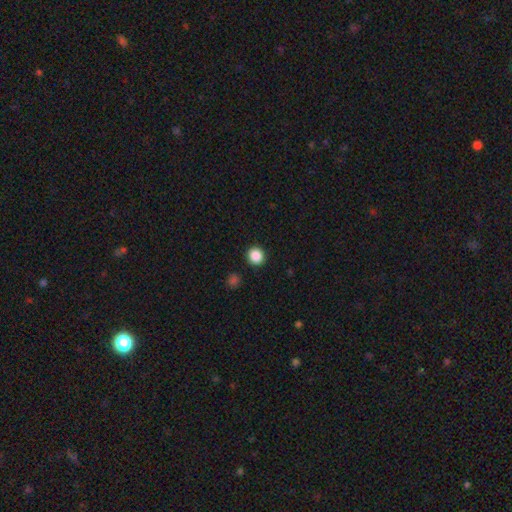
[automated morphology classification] Smooth or featured? Predicted: smooth (p=0.87). How rounded? Predicted: round (p=0.91). Merging? Predicted: none (p=0.92).